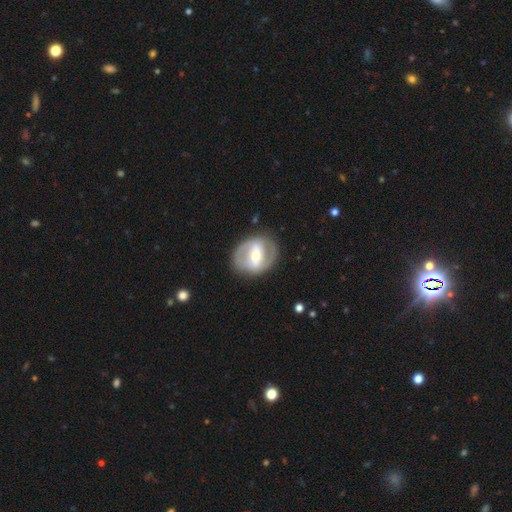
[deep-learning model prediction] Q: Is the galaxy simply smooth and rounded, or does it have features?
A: featured or disk — 72%.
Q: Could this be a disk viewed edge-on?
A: no — 94%.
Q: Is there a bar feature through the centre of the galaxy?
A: strong — 58%.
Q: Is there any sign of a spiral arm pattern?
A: yes — 58%.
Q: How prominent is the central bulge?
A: moderate — 56%.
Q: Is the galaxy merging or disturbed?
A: none — 81%.